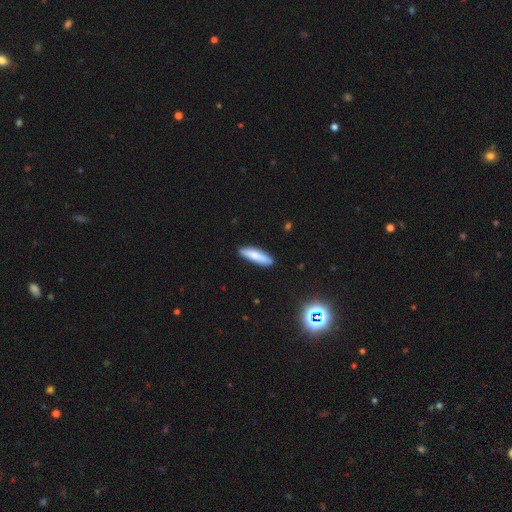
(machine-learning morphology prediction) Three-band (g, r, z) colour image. It shows a smooth galaxy with no disk features (81%) that is cigar-shaped (70%). Merging: none (87%).